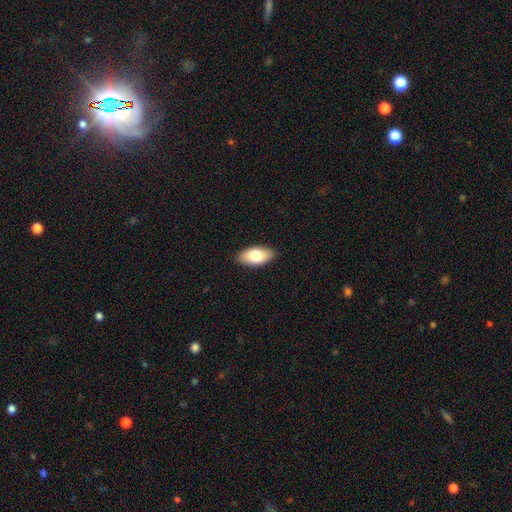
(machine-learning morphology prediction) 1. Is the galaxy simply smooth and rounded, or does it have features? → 77% smooth, 16% featured or disk, 6% star or artifact.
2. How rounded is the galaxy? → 92% in between, 5% cigar-shaped, 3% round.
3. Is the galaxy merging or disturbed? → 89% none, 8% minor disturbance, 2% major disturbance, 1% merger.